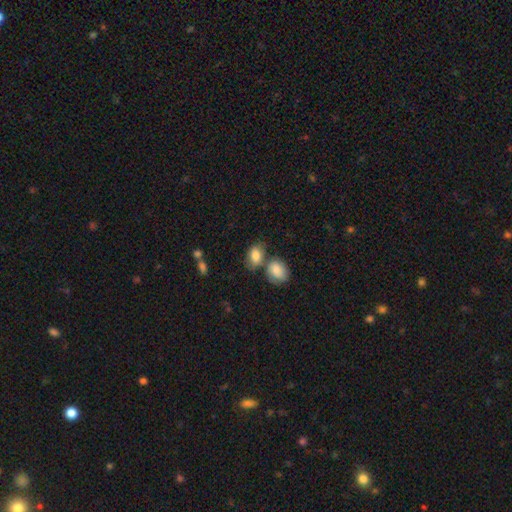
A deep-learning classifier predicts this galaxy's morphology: This appears to be a smooth galaxy with no disk features (82%) that is in between round and cigar-shaped (79%). Merging: none (44%).